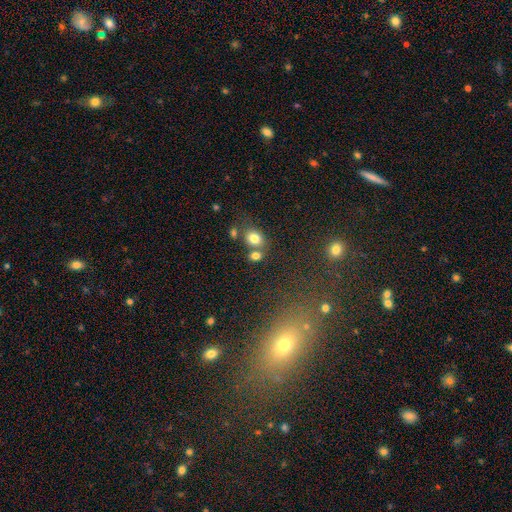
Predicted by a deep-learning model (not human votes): A smooth galaxy with no disk features (79%) that is in between round and cigar-shaped (57%). Merging: none (54%).